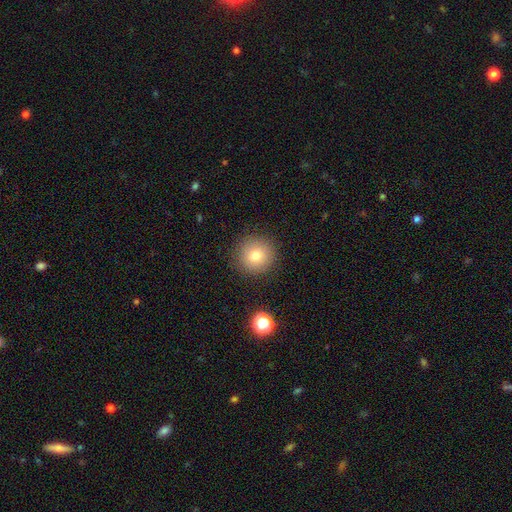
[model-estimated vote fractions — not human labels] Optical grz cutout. It shows a smooth galaxy with no disk features (78%) that is round (95%). Merging: none (90%).